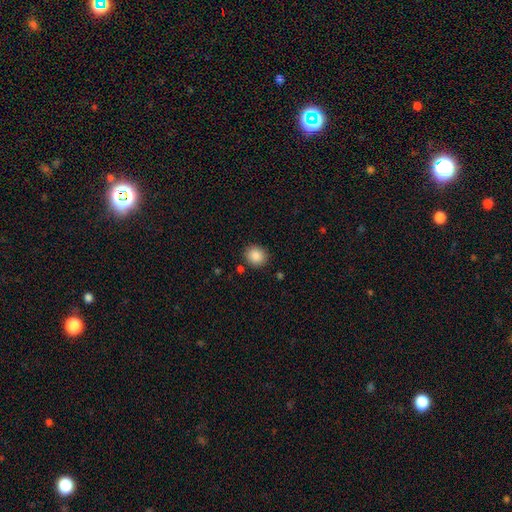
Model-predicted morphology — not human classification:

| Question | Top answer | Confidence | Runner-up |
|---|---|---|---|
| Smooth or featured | smooth | 87% | star or artifact (9%) |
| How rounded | round | 80% | in between (19%) |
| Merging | none | 87% | minor disturbance (8%) |